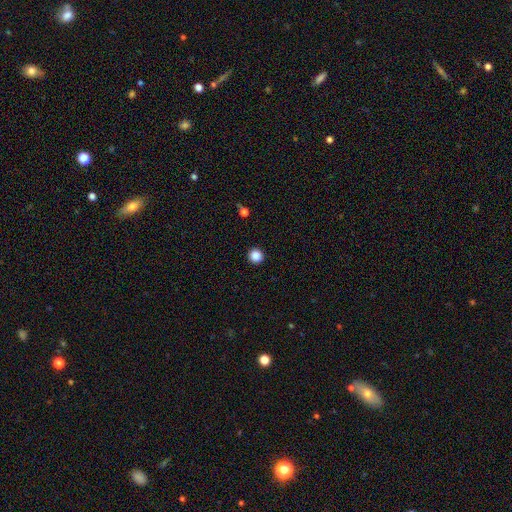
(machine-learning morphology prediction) smooth_or_featured: smooth (p=0.87) [alt: star or artifact p=0.10]
how_rounded: round (p=0.96) [alt: in between p=0.04]
merging: none (p=0.94) [alt: minor disturbance p=0.04]